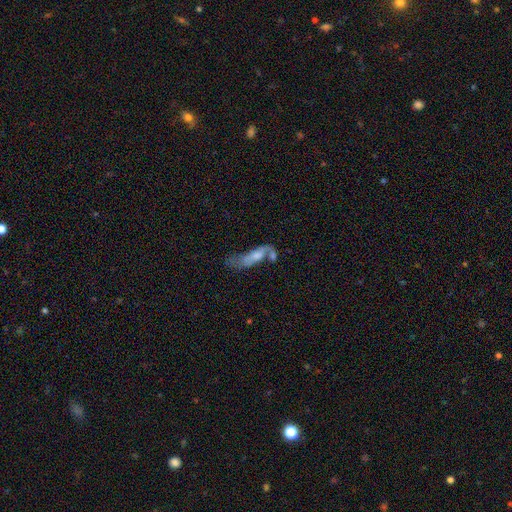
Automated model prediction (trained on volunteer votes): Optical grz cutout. It shows a smooth galaxy with no disk features (51%) that is in between round and cigar-shaped (53%). Merging: merger (35%).